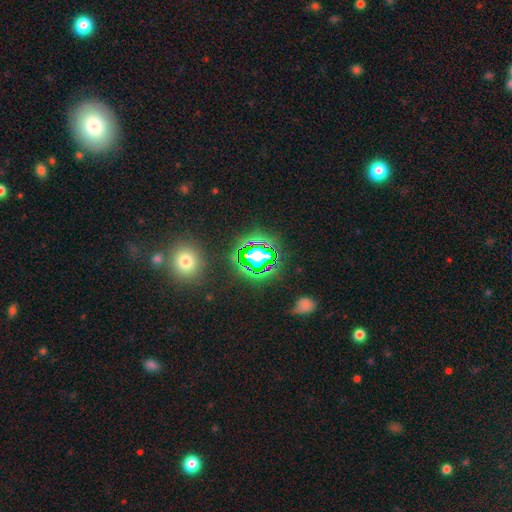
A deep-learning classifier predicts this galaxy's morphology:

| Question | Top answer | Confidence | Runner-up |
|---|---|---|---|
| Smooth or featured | star or artifact | 69% | smooth (20%) |